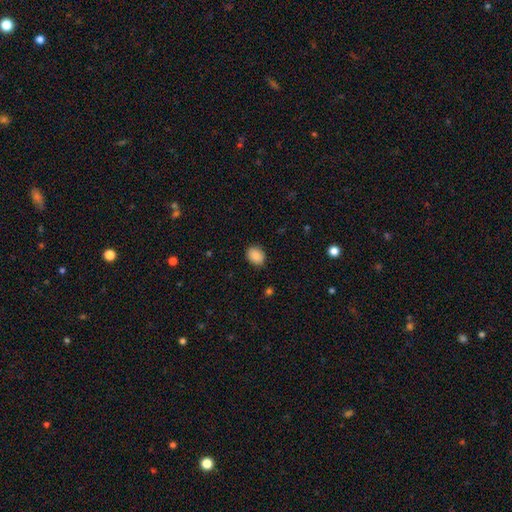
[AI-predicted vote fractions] Overall: smooth (89%). How rounded: in between (51%; round 48%). Merging: none (87%).